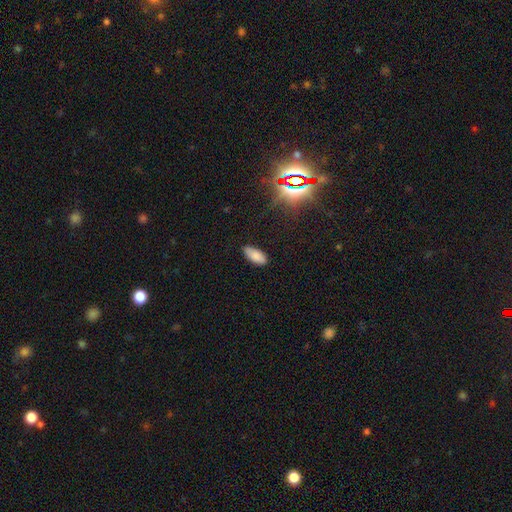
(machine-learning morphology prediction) smooth_or_featured: smooth (p=0.83) [alt: star or artifact p=0.10]
how_rounded: in between (p=0.89) [alt: cigar-shaped p=0.09]
merging: none (p=0.81) [alt: minor disturbance p=0.15]